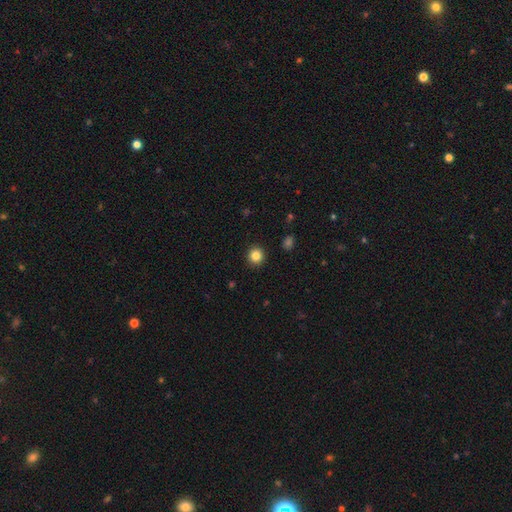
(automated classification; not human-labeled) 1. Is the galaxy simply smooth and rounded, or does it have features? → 84% smooth, 11% star or artifact, 5% featured or disk.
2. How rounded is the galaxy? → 94% round, 6% in between, 1% cigar-shaped.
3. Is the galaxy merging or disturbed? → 93% none, 5% minor disturbance, 2% major disturbance, 1% merger.